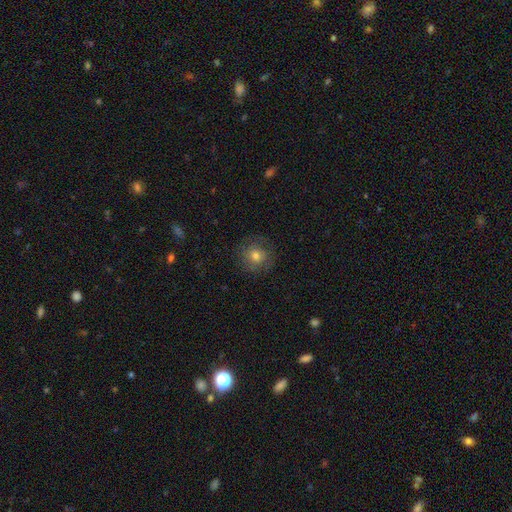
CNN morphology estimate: Overall: smooth (70%). How rounded: round (92%). Merging: none (82%).